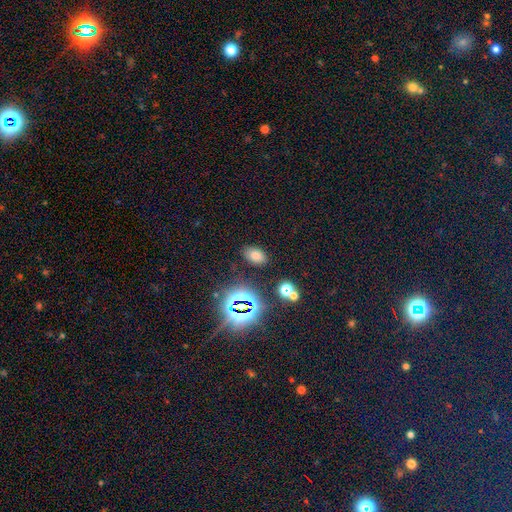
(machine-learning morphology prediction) Overall: smooth (69%). How rounded: in between (87%). Merging: none (84%).